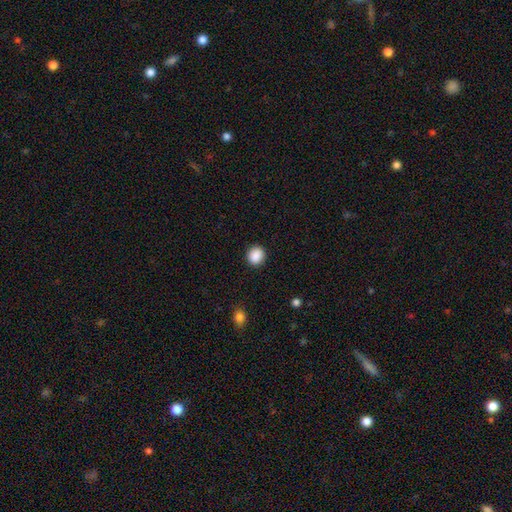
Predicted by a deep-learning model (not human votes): A smooth galaxy with no disk features (89%) that is round (81%).

Vote fractions:
- Smooth or featured? smooth: 89% / star or artifact: 8% / featured or disk: 3%
- How rounded? round: 81% / in between: 19% / cigar-shaped: 1%
- Merging? none: 91% / minor disturbance: 6% / major disturbance: 2% / merger: 1%